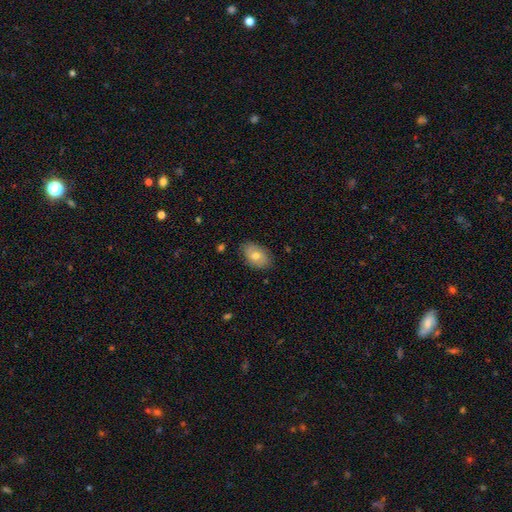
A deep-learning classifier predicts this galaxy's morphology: The model was most divided on "smooth or featured": smooth: 68%, featured or disk: 25%, star or artifact: 8%. More confident: how rounded — in between (89%); merging — none (83%).